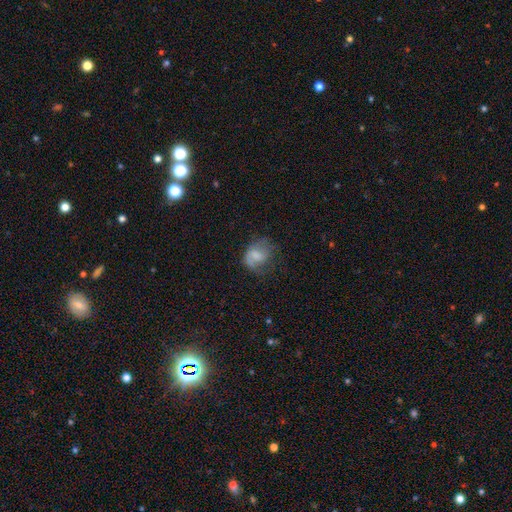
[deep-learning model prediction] Smooth or featured?
  - smooth: 51% *
  - featured or disk: 39%
  - star or artifact: 9%
How rounded?
  - in between: 51% *
  - round: 48%
  - cigar-shaped: 1%
Merging?
  - none: 42% *
  - major disturbance: 28%
  - minor disturbance: 28%
  - merger: 2%